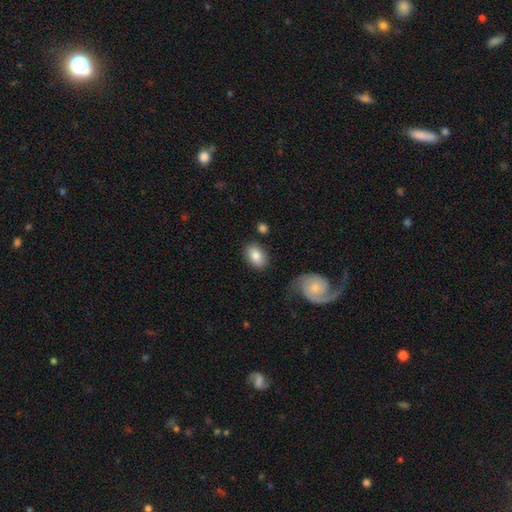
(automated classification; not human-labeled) Smooth or featured? smooth (83%)
How rounded? in between (84%)
Merging? none (81%)